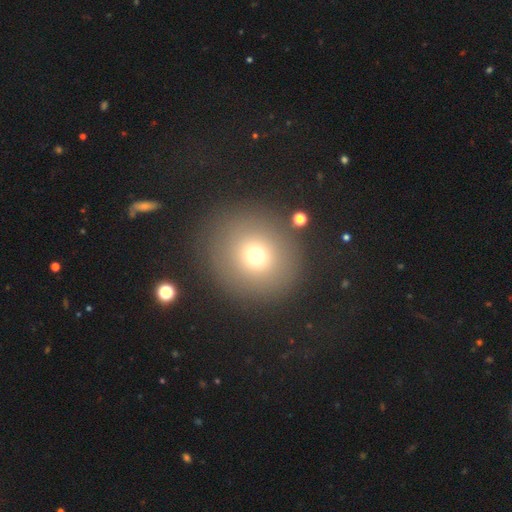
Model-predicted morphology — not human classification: The model was most divided on "smooth or featured": smooth: 71%, star or artifact: 16%, featured or disk: 13%. More confident: how rounded — round (89%); merging — none (83%).